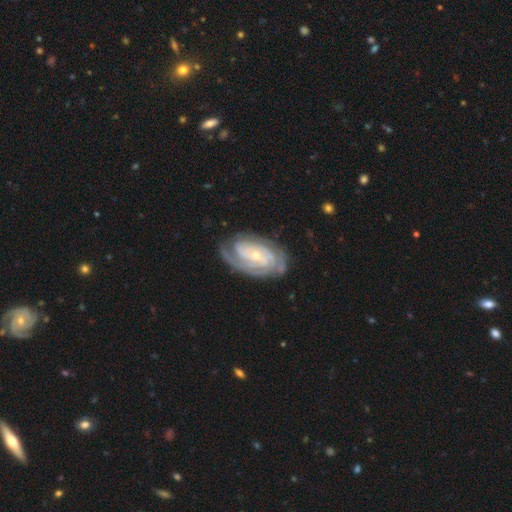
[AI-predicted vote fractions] Smooth or featured? featured or disk (89%)
Edge-on disk? no (96%)
Bar? no (63%)
Spiral arms? yes (97%)
Spiral winding? tight (74%)
Spiral arm count? 2 (35%)
Bulge size? small (64%)
Merging? none (74%)